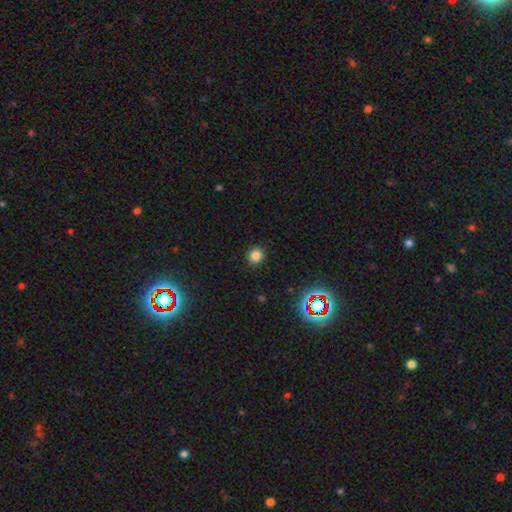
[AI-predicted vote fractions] Q: Smooth or featured?
A: smooth (81%); runner-up: star or artifact (15%)
Q: How rounded?
A: round (90%); runner-up: in between (9%)
Q: Merging?
A: none (91%); runner-up: minor disturbance (6%)